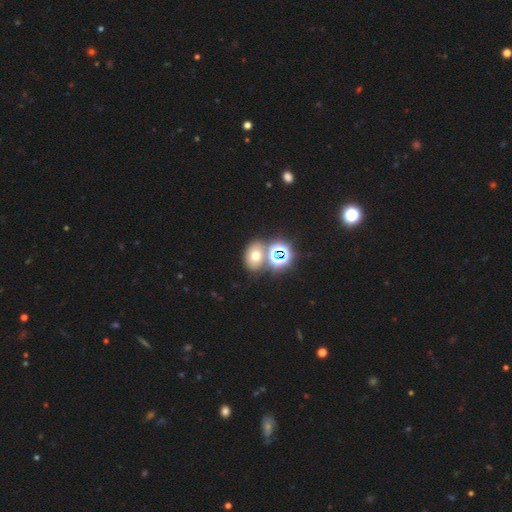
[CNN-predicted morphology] smooth 54%, star or artifact 30%, featured or disk 15%. Down the decision tree: how rounded — in between (60%); merging — none (62%).